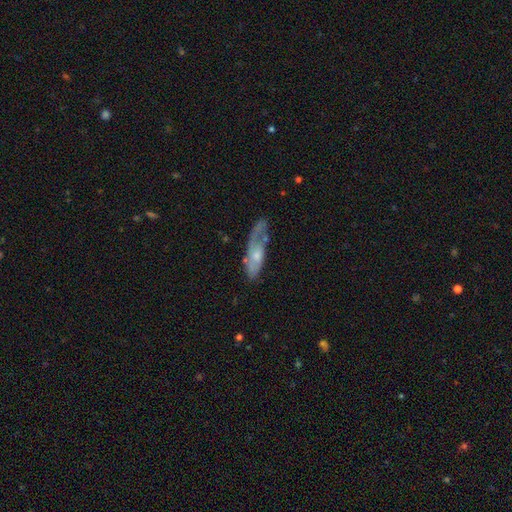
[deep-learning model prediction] Smooth or featured?
  - featured or disk: 56% *
  - smooth: 38%
  - star or artifact: 6%
Edge-on disk?
  - no: 78% *
  - yes: 22%
Merging?
  - none: 39% *
  - major disturbance: 27%
  - minor disturbance: 27%
  - merger: 7%